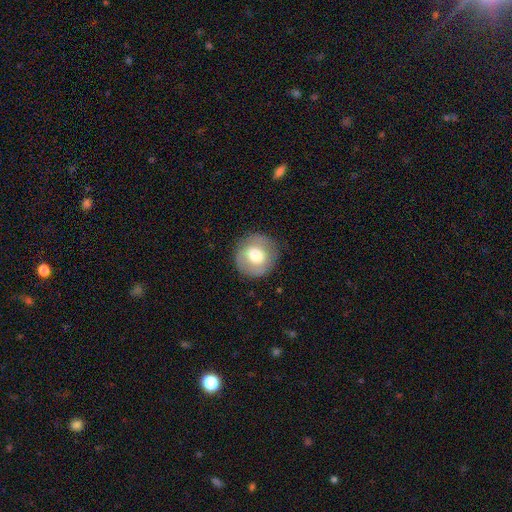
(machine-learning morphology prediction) This is likely a smooth galaxy (67%). How rounded: clearly round (92%). Merging: clearly none (84%).